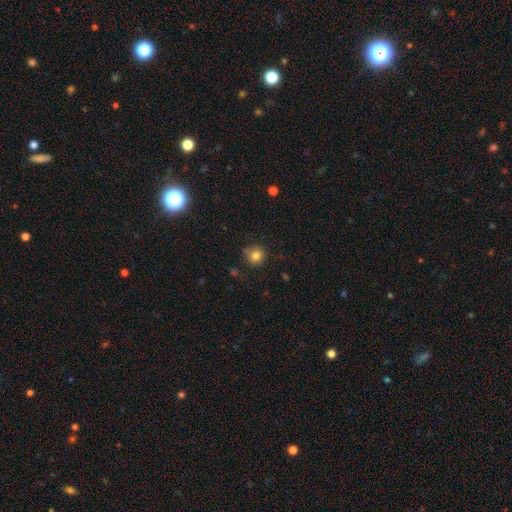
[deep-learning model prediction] The model was most divided on "merging": none: 80%, minor disturbance: 13%, merger: 4%, major disturbance: 3%. More confident: how rounded — round (92%); smooth or featured — smooth (81%).